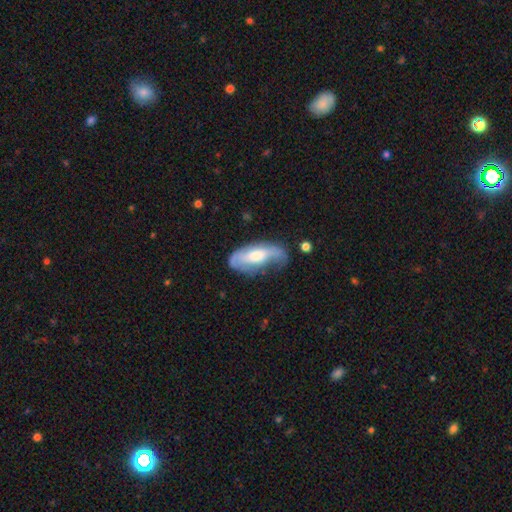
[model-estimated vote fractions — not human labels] Q: Smooth or featured?
A: featured or disk (53%); runner-up: smooth (41%)
Q: Edge-on disk?
A: no (84%); runner-up: yes (16%)
Q: Merging?
A: none (43%); runner-up: minor disturbance (32%)